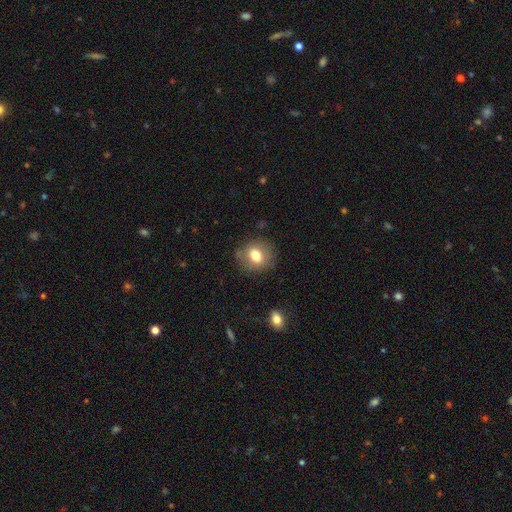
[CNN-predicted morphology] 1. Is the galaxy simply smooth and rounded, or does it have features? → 74% smooth, 17% featured or disk, 9% star or artifact.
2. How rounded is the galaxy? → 62% round, 37% in between, 1% cigar-shaped.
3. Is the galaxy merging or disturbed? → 80% none, 14% minor disturbance, 5% major disturbance, 2% merger.